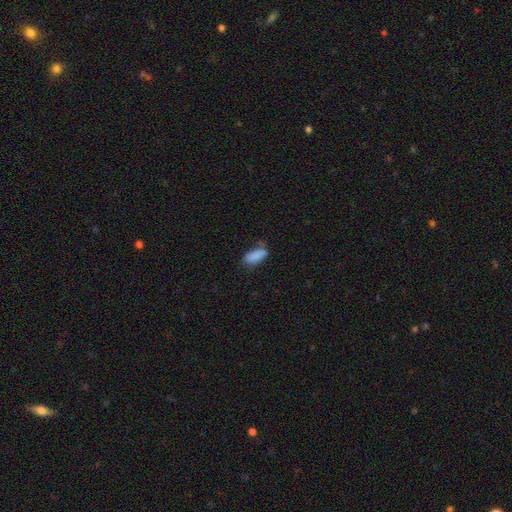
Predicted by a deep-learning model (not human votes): This appears to be a smooth galaxy with no disk features (87%) that is in between round and cigar-shaped (85%). Merging: none (62%).